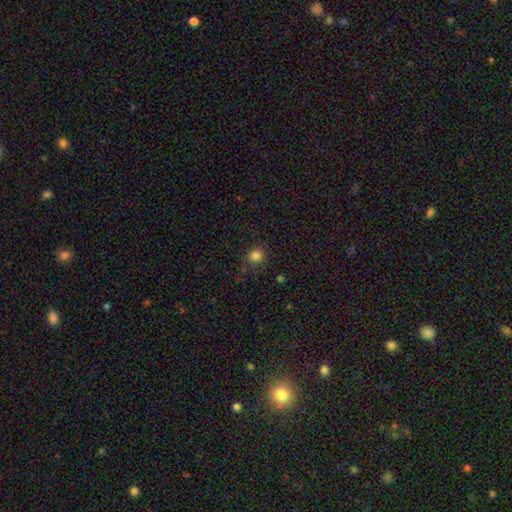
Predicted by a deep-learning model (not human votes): Smooth or featured?
  - smooth: 81% *
  - star or artifact: 14%
  - featured or disk: 5%
How rounded?
  - round: 86% *
  - in between: 13%
  - cigar-shaped: 1%
Merging?
  - none: 81% *
  - minor disturbance: 13%
  - major disturbance: 4%
  - merger: 2%